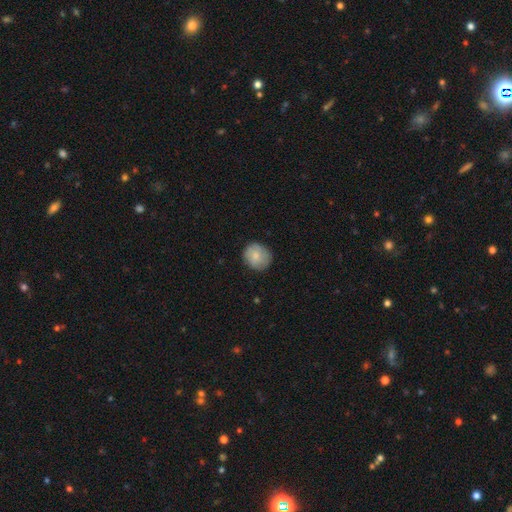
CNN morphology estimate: Smooth or featured: smooth — 78% (featured or disk — 15%)
How rounded: round — 85% (in between — 14%)
Merging: none — 80% (minor disturbance — 16%)